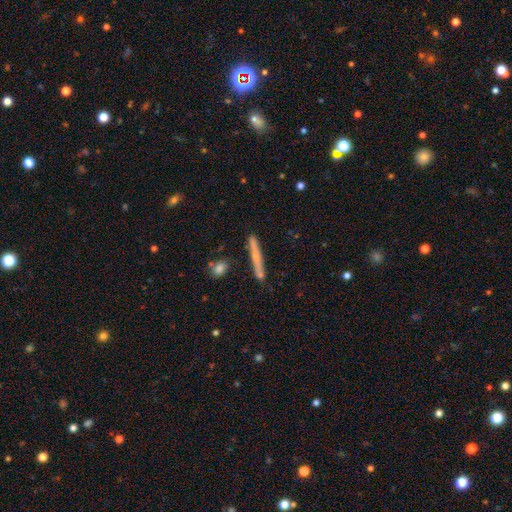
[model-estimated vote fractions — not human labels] Smooth or featured: smooth — 51% (featured or disk — 42%)
How rounded: cigar-shaped — 95% (in between — 3%)
Merging: none — 80% (minor disturbance — 12%)